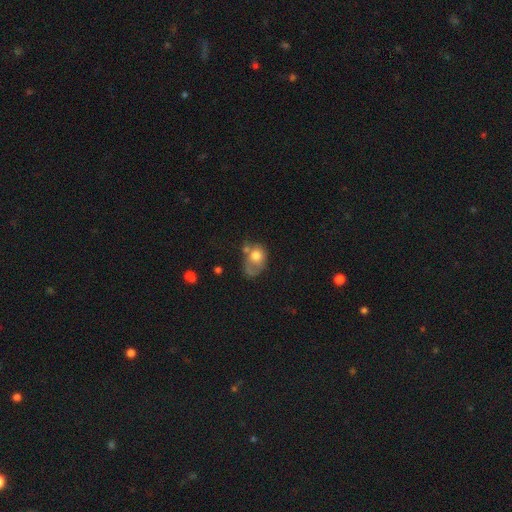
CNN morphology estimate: type=smooth (68%); roundness=in between (66%); merging=none (27%).